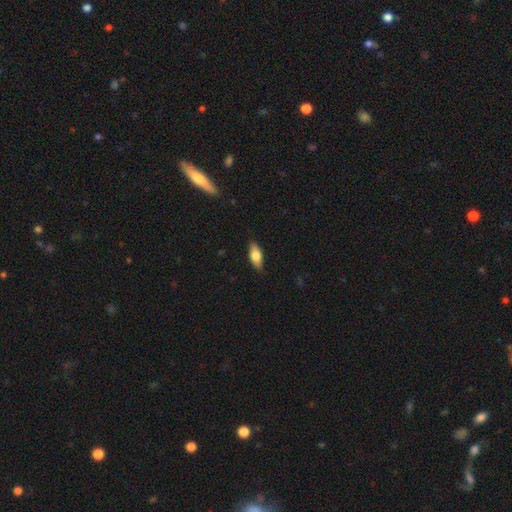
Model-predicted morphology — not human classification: Overall: smooth (70%). How rounded: in between (78%). Merging: none (85%).